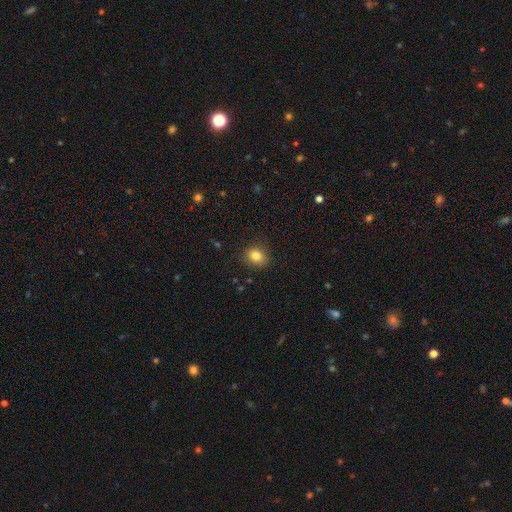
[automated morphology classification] smooth_or_featured: smooth (p=0.83) [alt: star or artifact p=0.10]
how_rounded: round (p=0.52) [alt: in between p=0.47]
merging: none (p=0.86) [alt: minor disturbance p=0.11]